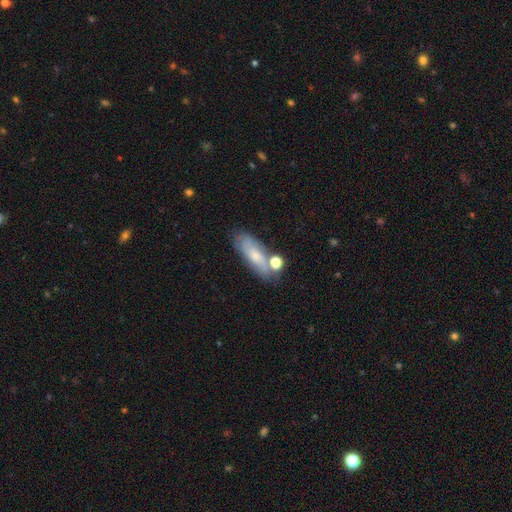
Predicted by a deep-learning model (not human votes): Smooth or featured: smooth — 57% (featured or disk — 33%)
How rounded: in between — 66% (cigar-shaped — 29%)
Merging: none — 56% (minor disturbance — 20%)